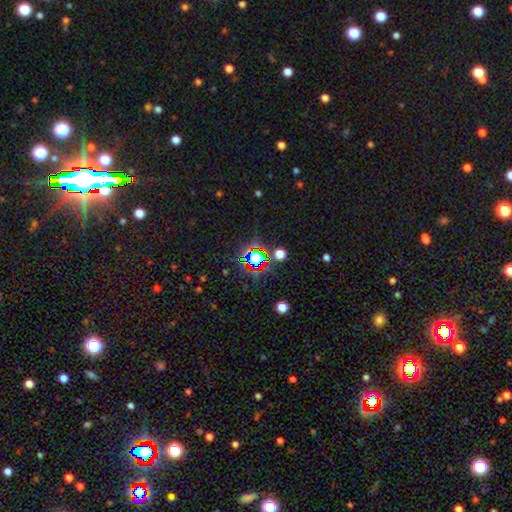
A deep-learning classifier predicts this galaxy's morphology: smooth_or_featured: star or artifact (p=0.65) [alt: smooth p=0.24]